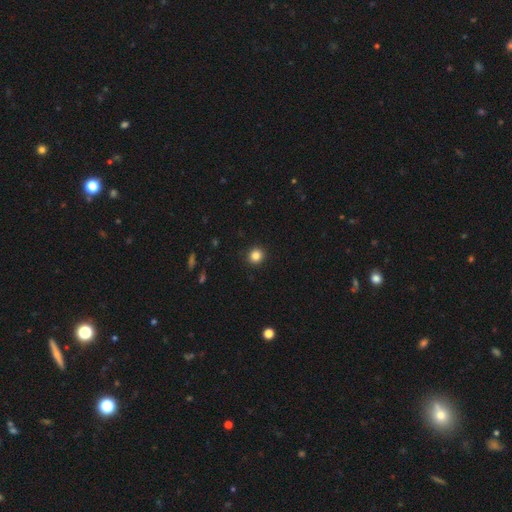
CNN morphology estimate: This is clearly a smooth galaxy (85%). How rounded: clearly round (92%). Merging: clearly none (93%).